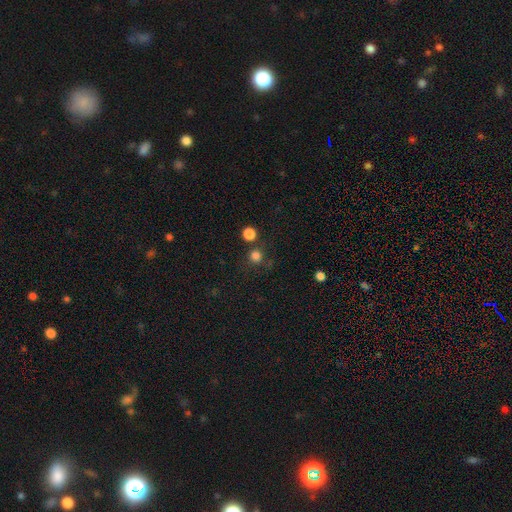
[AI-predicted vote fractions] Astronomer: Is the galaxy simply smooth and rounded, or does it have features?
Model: smooth — 79%.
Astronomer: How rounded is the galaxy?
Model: round — 92%.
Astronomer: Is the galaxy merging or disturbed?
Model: none — 75%.